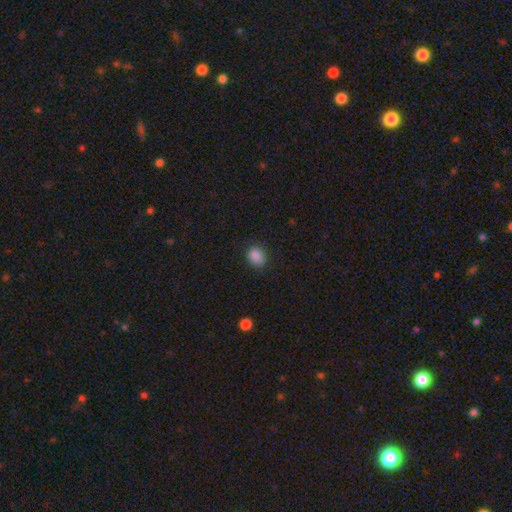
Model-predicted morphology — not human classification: Smooth or featured? Predicted: smooth (p=0.87). How rounded? Predicted: round (p=0.54). Merging? Predicted: none (p=0.82).